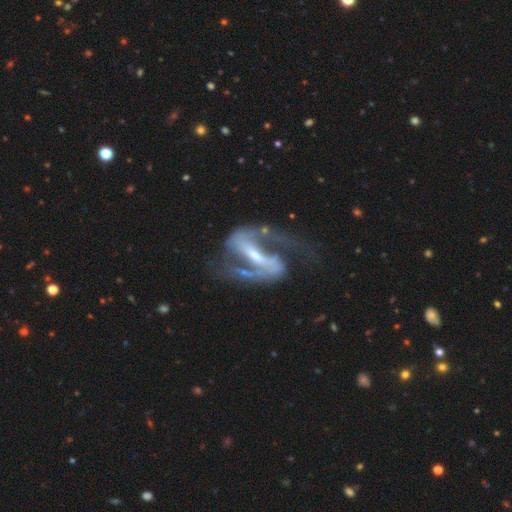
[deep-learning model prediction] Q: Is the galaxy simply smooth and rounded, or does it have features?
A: featured or disk — 91%.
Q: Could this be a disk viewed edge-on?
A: no — 94%.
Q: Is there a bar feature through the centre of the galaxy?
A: strong — 70%.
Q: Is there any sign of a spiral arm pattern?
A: yes — 96%.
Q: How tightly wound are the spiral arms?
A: medium — 50%.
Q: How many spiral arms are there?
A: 2 — 90%.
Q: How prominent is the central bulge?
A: small — 59%.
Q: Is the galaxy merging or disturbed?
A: none — 56%.